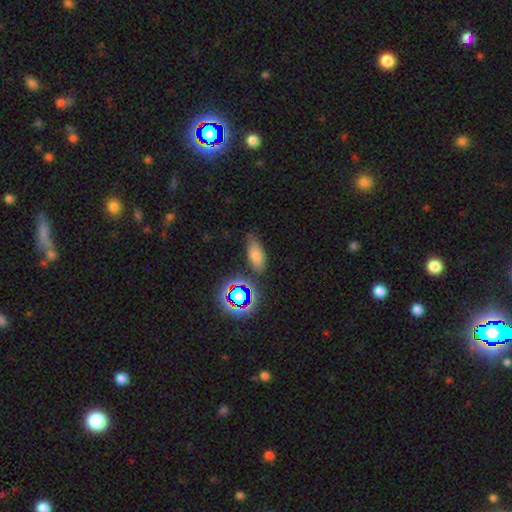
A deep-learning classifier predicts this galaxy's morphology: Smooth or featured? Predicted: smooth (p=0.67). How rounded? Predicted: in between (p=0.80). Merging? Predicted: none (p=0.72).